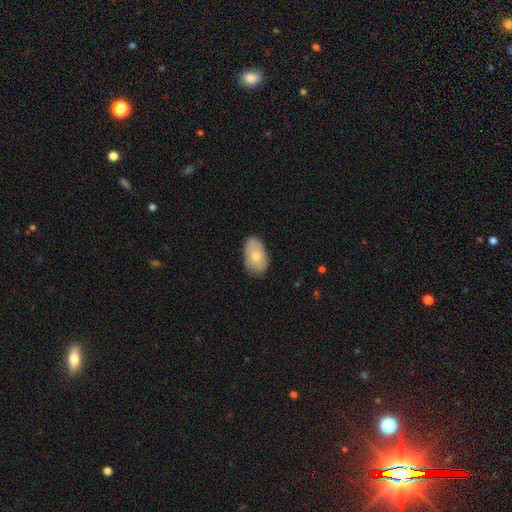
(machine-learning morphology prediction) smooth-or-featured: smooth: 66% | featured or disk: 28% | star or artifact: 6%
  how-rounded: in between: 90% | round: 9% | cigar-shaped: 1%
  merging: none: 75% | minor disturbance: 20% | major disturbance: 4% | merger: 1%